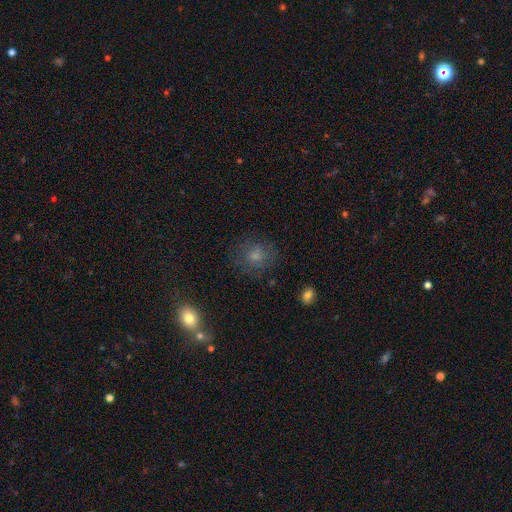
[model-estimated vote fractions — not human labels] This is likely a smooth galaxy (72%). How rounded: likely round (79%). Merging: likely none (74%).